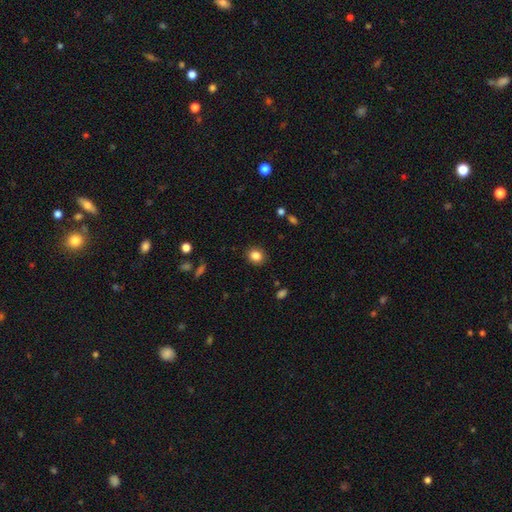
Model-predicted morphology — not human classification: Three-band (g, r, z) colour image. It shows a smooth galaxy with no disk features (84%) that is round (75%). Merging: none (89%).